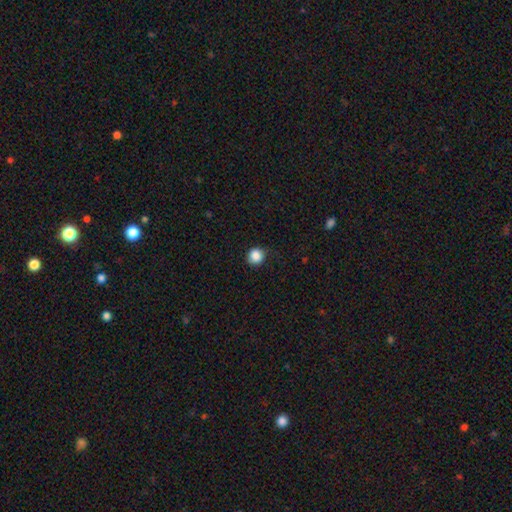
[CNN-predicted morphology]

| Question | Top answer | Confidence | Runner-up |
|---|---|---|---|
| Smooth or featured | smooth | 86% | star or artifact (10%) |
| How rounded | round | 88% | in between (11%) |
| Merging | none | 79% | minor disturbance (17%) |